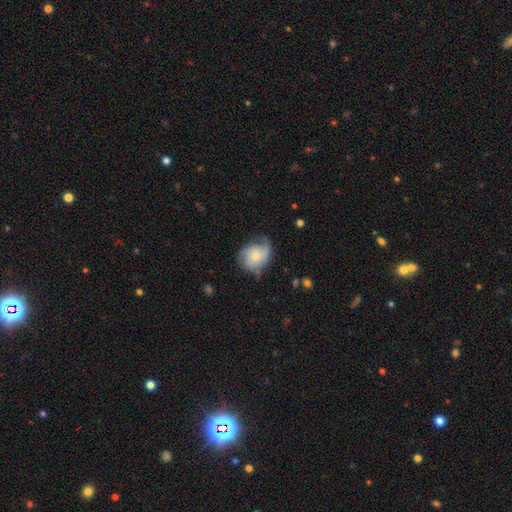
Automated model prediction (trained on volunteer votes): Morphology: type=featured or disk (54%); edge-on=no (97%); bar=no (77%); spiral arms=yes (85%); bulge=small (58%); merging=none (50%).